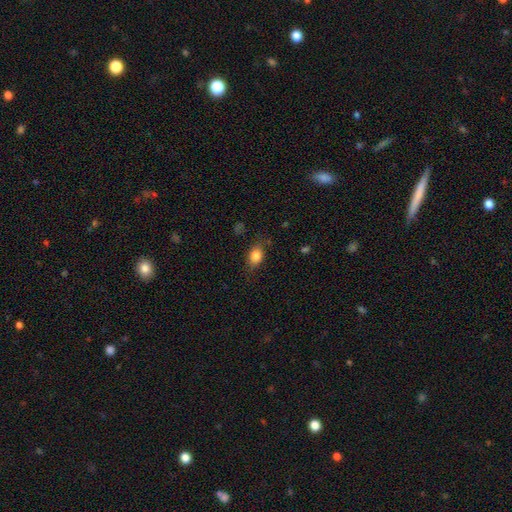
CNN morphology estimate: Overall: smooth (82%). How rounded: in between (71%). Merging: none (75%).